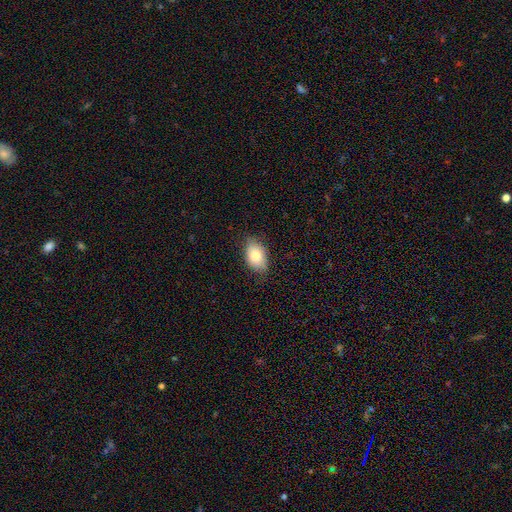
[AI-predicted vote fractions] This appears to be a smooth galaxy with no disk features (83%) that is in between round and cigar-shaped (89%). Merging: none (77%).